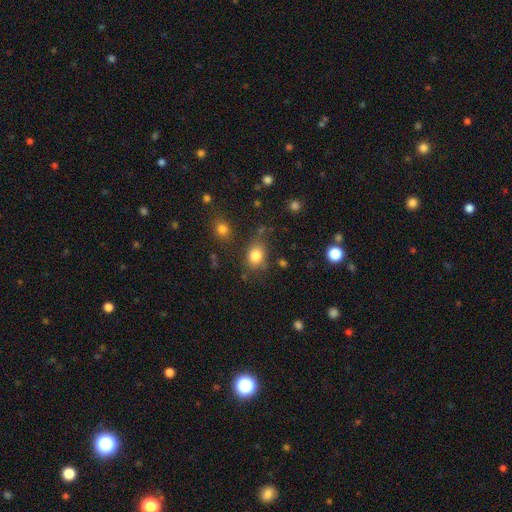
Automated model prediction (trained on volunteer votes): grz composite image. It shows a smooth galaxy with no disk features (82%) that is in between round and cigar-shaped (56%). Merging: none (73%).